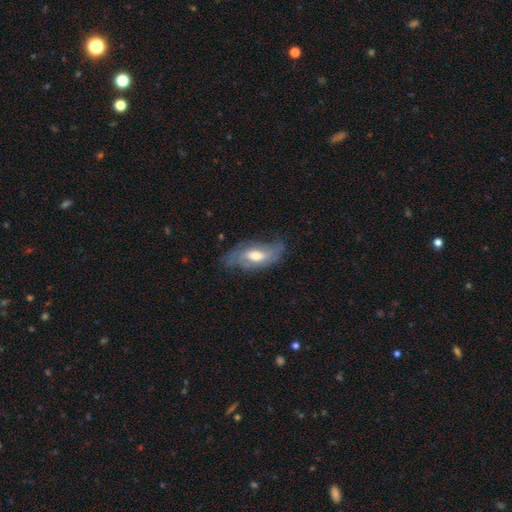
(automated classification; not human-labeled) Morphology: type=featured or disk (66%); edge-on=no (87%); bar=no (48%); spiral arms=yes (80%); bulge=moderate (68%); merging=none (57%).